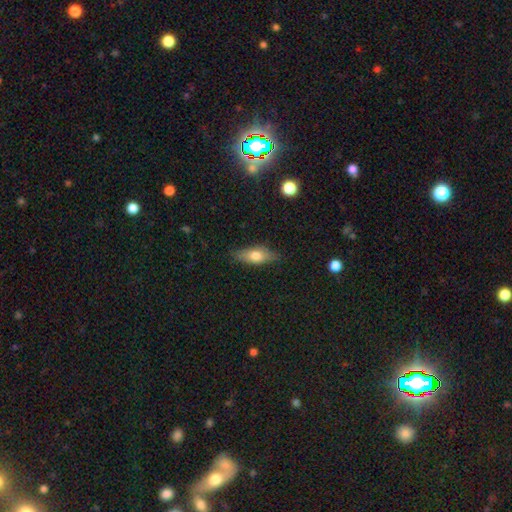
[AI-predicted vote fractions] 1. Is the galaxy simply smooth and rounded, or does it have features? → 65% smooth, 27% featured or disk, 8% star or artifact.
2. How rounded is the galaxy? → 68% in between, 28% cigar-shaped, 4% round.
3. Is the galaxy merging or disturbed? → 81% none, 15% minor disturbance, 3% major disturbance, 1% merger.